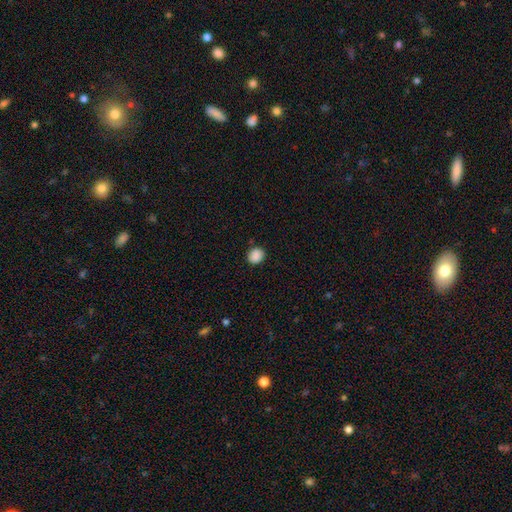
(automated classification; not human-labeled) A smooth galaxy with no disk features (88%) that is round (80%).

Vote fractions:
- Smooth or featured? smooth: 88% / star or artifact: 9% / featured or disk: 3%
- How rounded? round: 80% / in between: 19% / cigar-shaped: 1%
- Merging? none: 86% / minor disturbance: 9% / major disturbance: 2% / merger: 2%